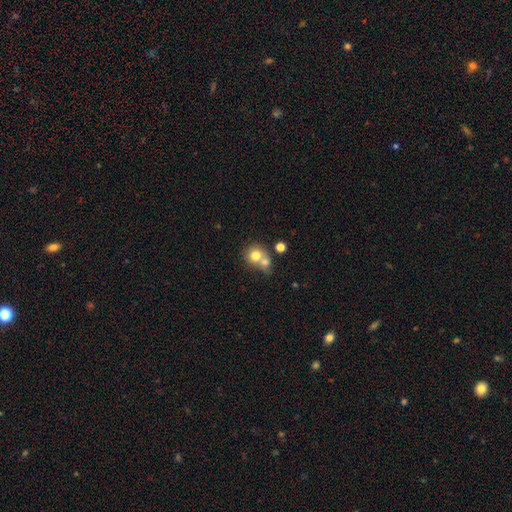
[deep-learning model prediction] Smooth or featured: smooth — 73% (featured or disk — 16%)
How rounded: round — 80% (in between — 19%)
Merging: merger — 56% (none — 32%)